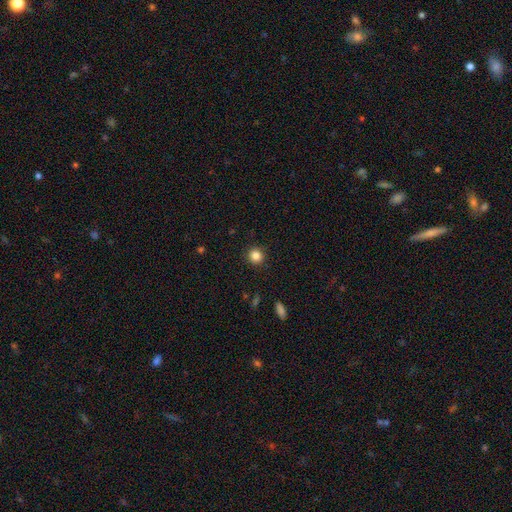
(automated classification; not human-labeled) Overall: smooth (84%). How rounded: round (93%). Merging: none (91%).